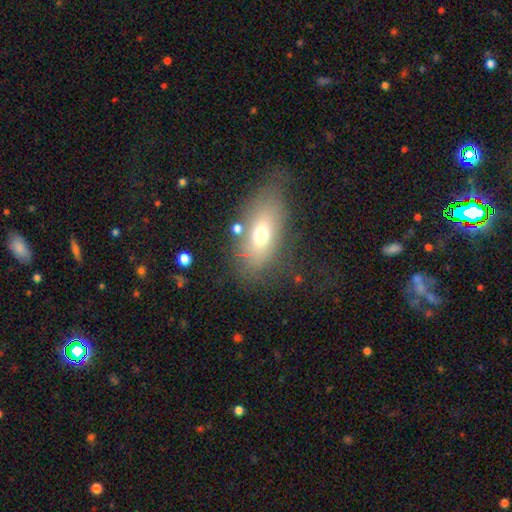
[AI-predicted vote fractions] Smooth or featured? smooth (64%)
How rounded? in between (81%)
Merging? none (64%)